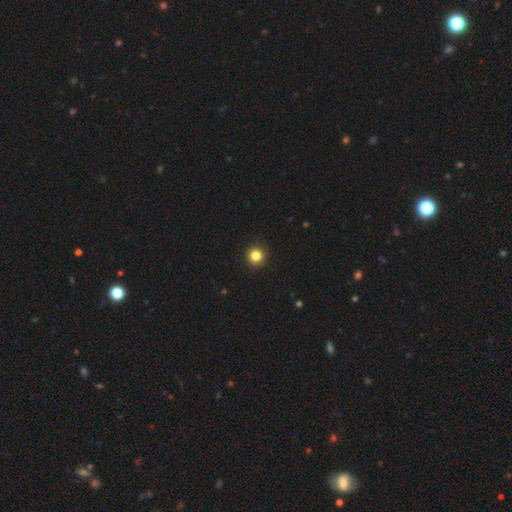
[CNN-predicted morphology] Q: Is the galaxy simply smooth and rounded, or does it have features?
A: smooth — 83%.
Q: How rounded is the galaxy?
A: round — 95%.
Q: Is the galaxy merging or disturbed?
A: none — 93%.